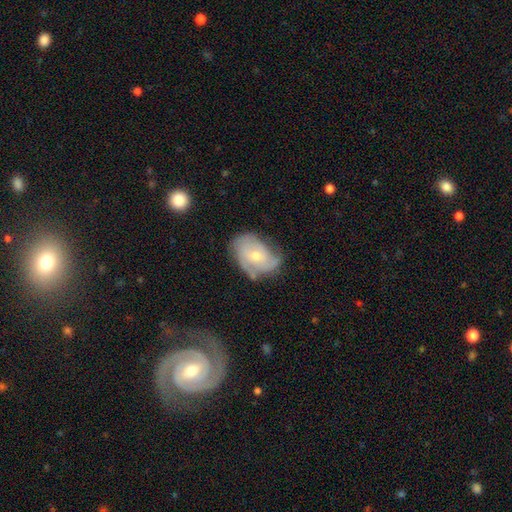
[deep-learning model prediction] Morphology: type=featured or disk (69%); edge-on=no (96%); bar=no (73%); spiral arms=yes (83%); winding=tight (49%); arm count=2 (33%); bulge=small (52%); merging=none (51%).